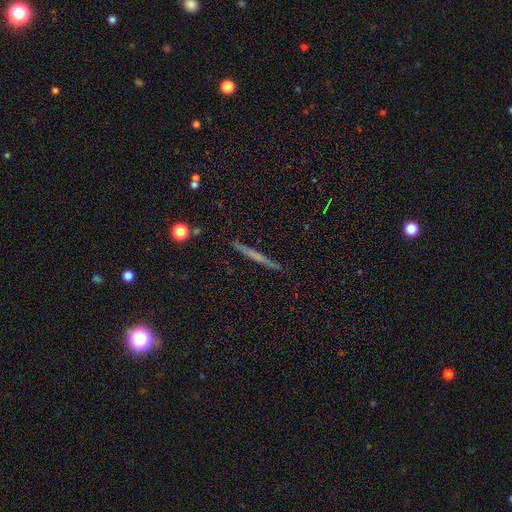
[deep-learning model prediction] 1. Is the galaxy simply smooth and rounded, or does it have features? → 51% featured or disk, 41% smooth, 8% star or artifact.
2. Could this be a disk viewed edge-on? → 97% yes, 3% no.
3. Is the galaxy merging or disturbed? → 91% none, 7% minor disturbance, 1% major disturbance, 1% merger.